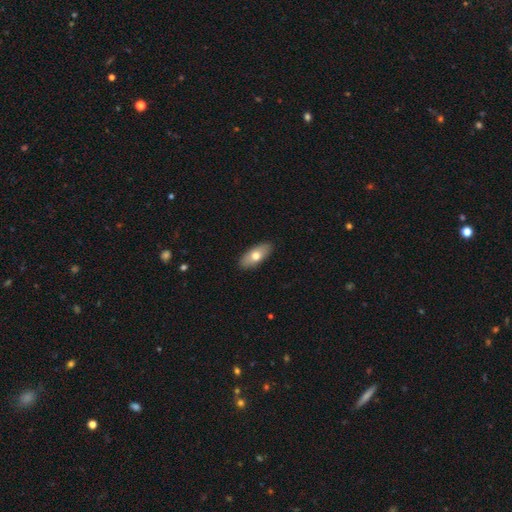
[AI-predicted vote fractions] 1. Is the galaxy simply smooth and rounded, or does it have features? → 68% smooth, 26% featured or disk, 6% star or artifact.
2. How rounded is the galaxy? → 85% in between, 12% cigar-shaped, 3% round.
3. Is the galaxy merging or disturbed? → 89% none, 8% minor disturbance, 2% major disturbance, 1% merger.